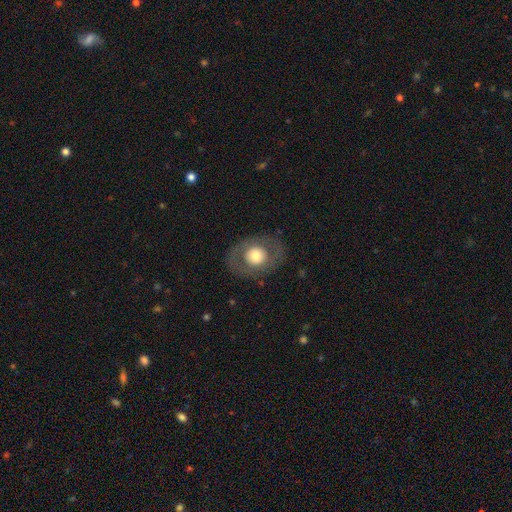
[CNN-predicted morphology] type=smooth (53%); roundness=in between (50%); merging=none (80%).